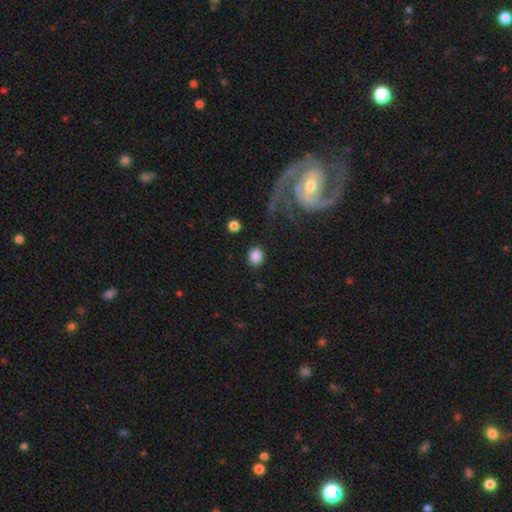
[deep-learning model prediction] A smooth galaxy with no disk features (85%) that is round (64%). Merging: none (85%).